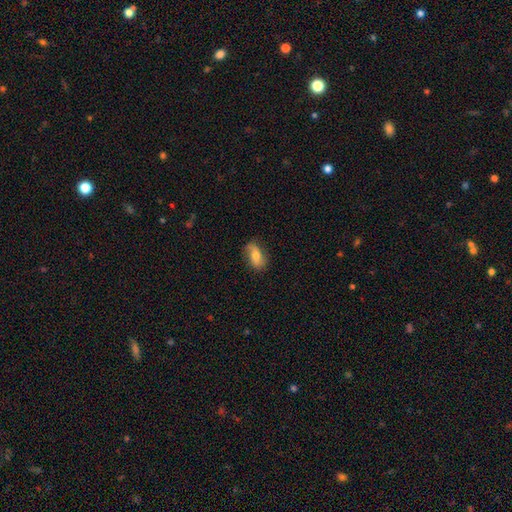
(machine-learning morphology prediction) This appears to be a smooth galaxy with no disk features (56%) that is in between round and cigar-shaped (86%). Merging: none (72%).